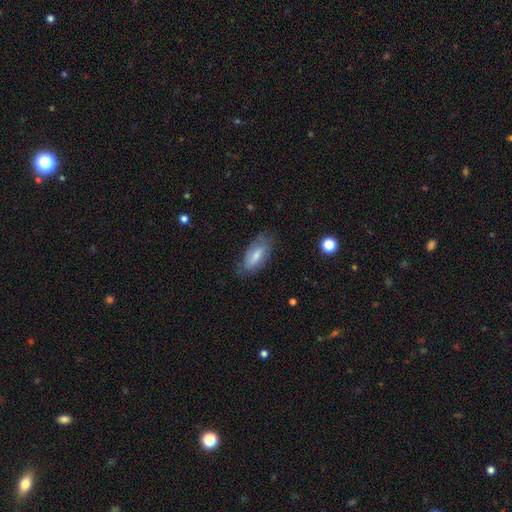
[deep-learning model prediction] smooth 62%, featured or disk 31%, star or artifact 7%. Down the decision tree: how rounded — in between (82%); merging — none (68%).